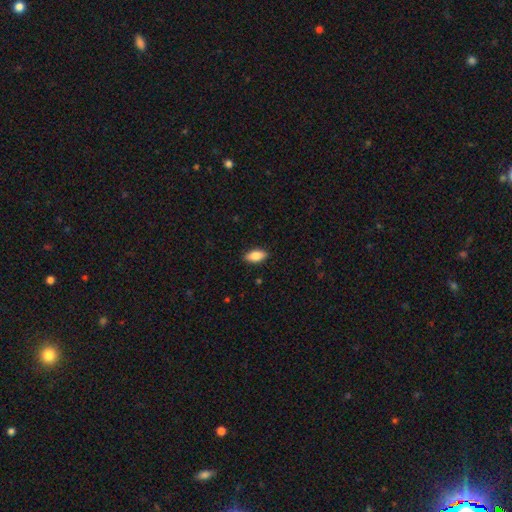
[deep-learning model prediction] A smooth galaxy with no disk features (84%) that is in between round and cigar-shaped (90%). Merging: none (88%).